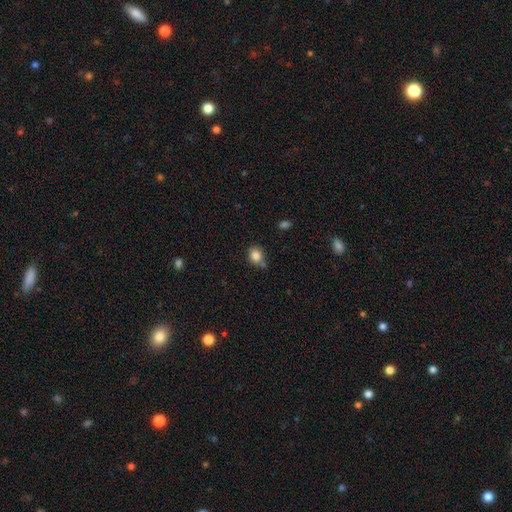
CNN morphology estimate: The model was most divided on "how rounded": round: 66%, in between: 33%, cigar-shaped: 1%. More confident: smooth or featured — smooth (84%); merging — none (66%).